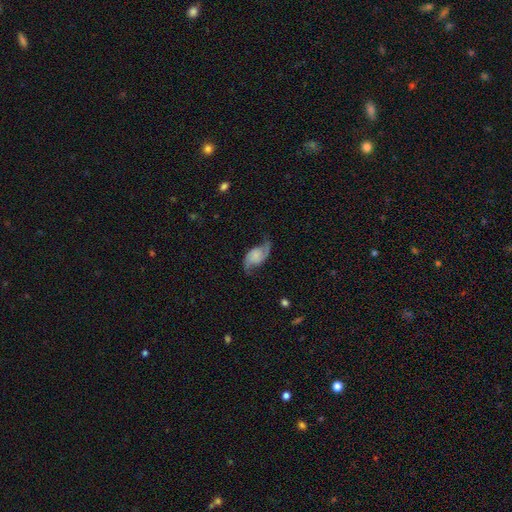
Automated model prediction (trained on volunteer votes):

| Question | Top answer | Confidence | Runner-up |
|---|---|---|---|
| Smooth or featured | featured or disk | 79% | smooth (14%) |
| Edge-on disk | no | 97% | yes (3%) |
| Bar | no | 66% | weak (27%) |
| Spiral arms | yes | 96% | no (4%) |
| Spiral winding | loose | 64% | medium (28%) |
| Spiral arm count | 2 | 93% | 1 (2%) |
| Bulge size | none | 50% | small (25%) |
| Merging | none | 68% | minor disturbance (19%) |